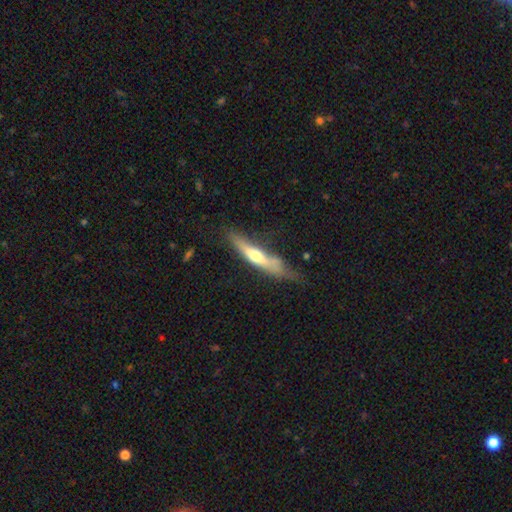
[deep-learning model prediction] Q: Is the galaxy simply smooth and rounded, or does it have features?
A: featured or disk — 50%.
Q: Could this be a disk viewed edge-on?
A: yes — 86%.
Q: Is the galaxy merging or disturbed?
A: none — 47%.